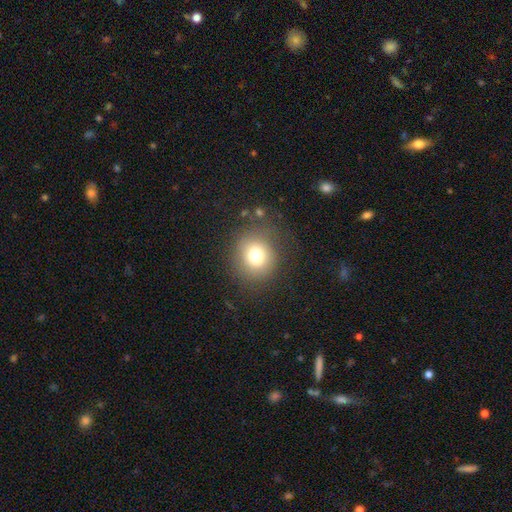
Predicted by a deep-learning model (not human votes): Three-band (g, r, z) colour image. It shows a smooth galaxy with no disk features (74%) that is round (87%). Merging: none (80%).